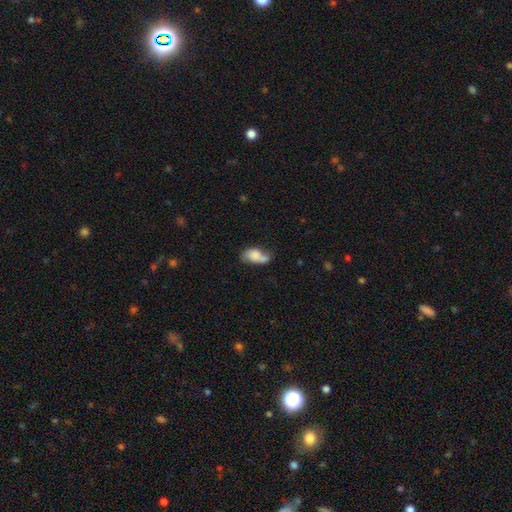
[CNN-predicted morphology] smooth-or-featured: smooth: 65% | featured or disk: 26% | star or artifact: 9%
  how-rounded: in between: 88% | round: 7% | cigar-shaped: 5%
  merging: none: 36% | minor disturbance: 28% | merger: 21% | major disturbance: 15%